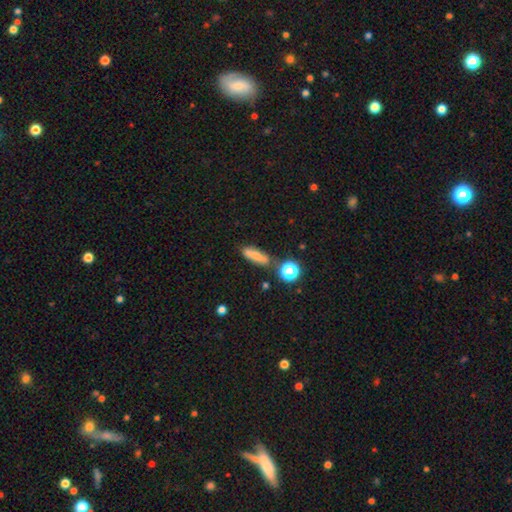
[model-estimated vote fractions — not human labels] Smooth or featured?
  - smooth: 69% *
  - featured or disk: 19%
  - star or artifact: 12%
How rounded?
  - cigar-shaped: 53% *
  - in between: 40%
  - round: 7%
Merging?
  - none: 75% *
  - minor disturbance: 14%
  - merger: 7%
  - major disturbance: 4%